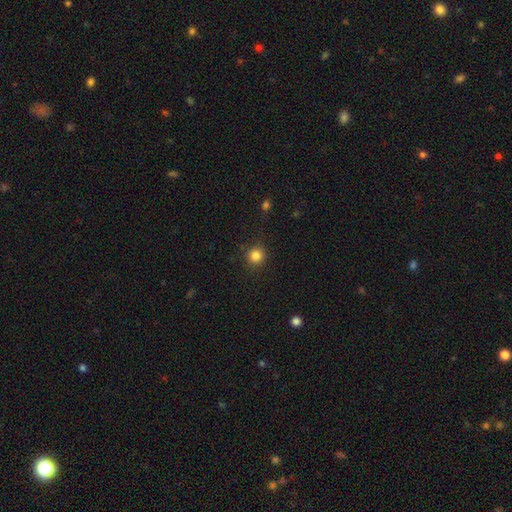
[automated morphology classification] Smooth or featured: smooth — 84% (star or artifact — 12%)
How rounded: round — 94% (in between — 5%)
Merging: none — 90% (minor disturbance — 7%)